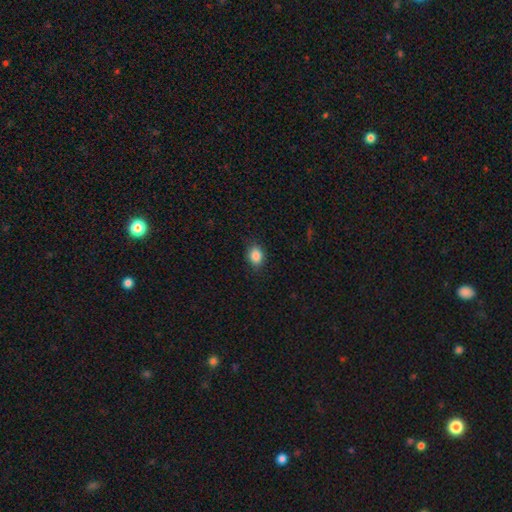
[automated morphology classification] A smooth galaxy with no disk features (86%) that is in between round and cigar-shaped (62%).

Vote fractions:
- Smooth or featured? smooth: 86% / star or artifact: 9% / featured or disk: 4%
- How rounded? in between: 62% / round: 37% / cigar-shaped: 1%
- Merging? none: 86% / minor disturbance: 11% / major disturbance: 2% / merger: 1%